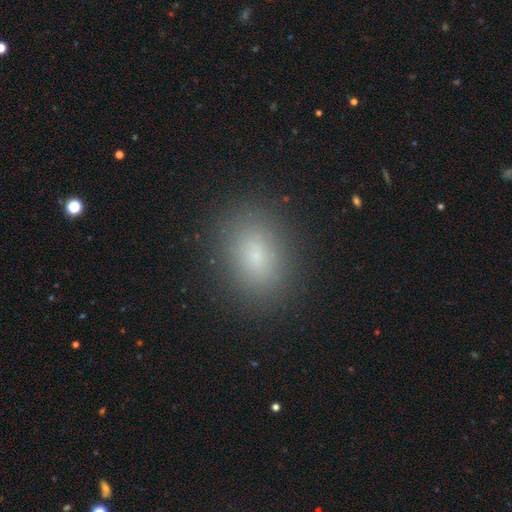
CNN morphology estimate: A smooth galaxy with no disk features (76%) that is in between round and cigar-shaped (70%).

Vote fractions:
- Smooth or featured? smooth: 76% / star or artifact: 14% / featured or disk: 10%
- How rounded? in between: 70% / round: 28% / cigar-shaped: 2%
- Merging? none: 87% / minor disturbance: 9% / major disturbance: 3% / merger: 1%